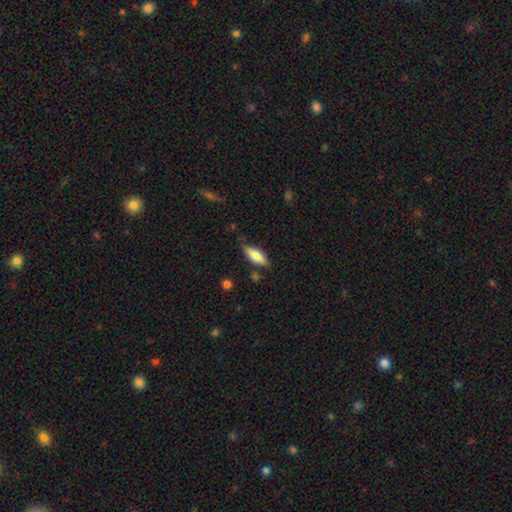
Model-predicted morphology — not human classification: The model was most divided on "how rounded": in between: 55%, cigar-shaped: 43%, round: 2%. More confident: merging — none (75%); smooth or featured — smooth (63%).